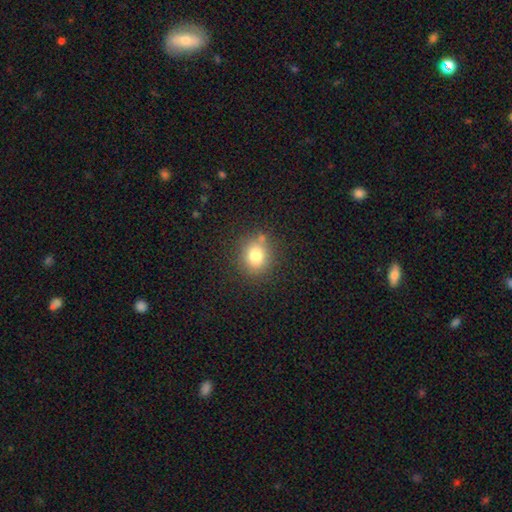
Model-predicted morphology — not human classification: Smooth or featured? Predicted: smooth (p=0.79). How rounded? Predicted: round (p=0.76). Merging? Predicted: none (p=0.79).